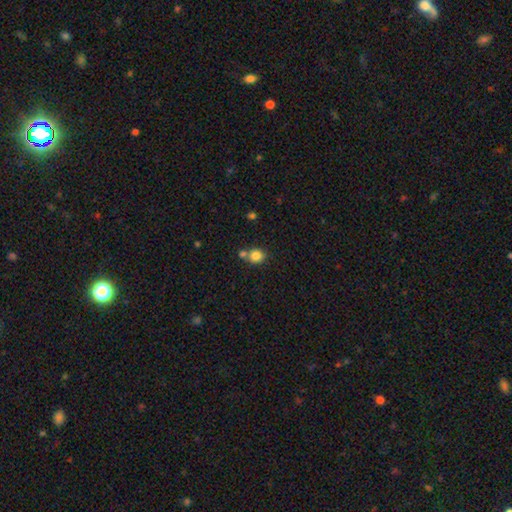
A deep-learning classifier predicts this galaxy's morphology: A smooth galaxy with no disk features (83%) that is round (78%). Merging: none (59%).